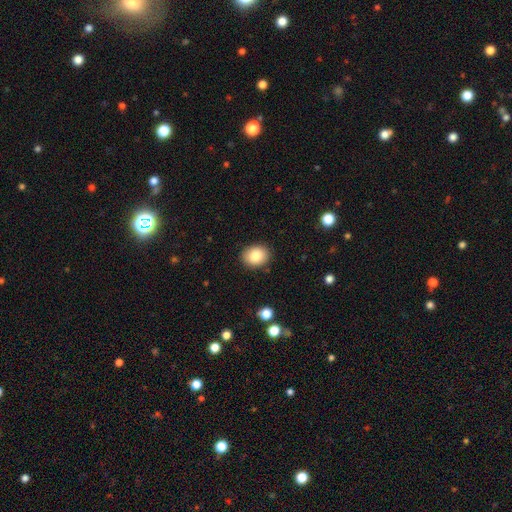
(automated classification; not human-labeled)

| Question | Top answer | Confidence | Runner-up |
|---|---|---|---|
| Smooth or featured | smooth | 84% | star or artifact (8%) |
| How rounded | round | 51% | in between (48%) |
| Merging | none | 89% | minor disturbance (8%) |